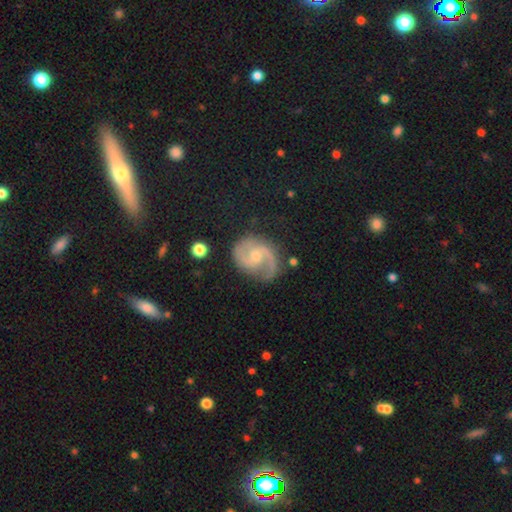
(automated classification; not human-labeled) smooth-or-featured: featured or disk: 88% | smooth: 6% | star or artifact: 6%
  disk-edge-on: no: 98% | yes: 2%
    bar: no: 51% | weak: 41% | strong: 8%
    has-spiral-arms: yes: 97% | no: 3%
      spiral-winding: medium: 56% | tight: 23% | loose: 21%
      spiral-arm-count: 2: 89% | 1: 4% | can't tell: 3% | 3: 1% | 4: 1% | more than 4: 1%
    bulge-size: small: 49% | moderate: 46% | none: 3% | large: 2% | dominant: 1%
  merging: none: 75% | minor disturbance: 17% | major disturbance: 6% | merger: 2%